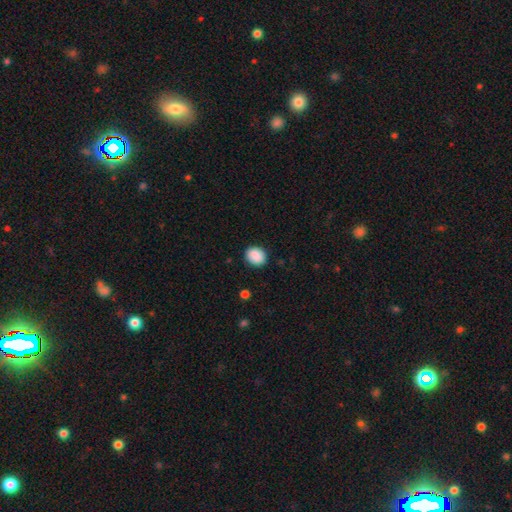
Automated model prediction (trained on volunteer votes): smooth_or_featured: smooth (p=0.89) [alt: star or artifact p=0.08]
how_rounded: round (p=0.69) [alt: in between p=0.30]
merging: none (p=0.88) [alt: minor disturbance p=0.08]